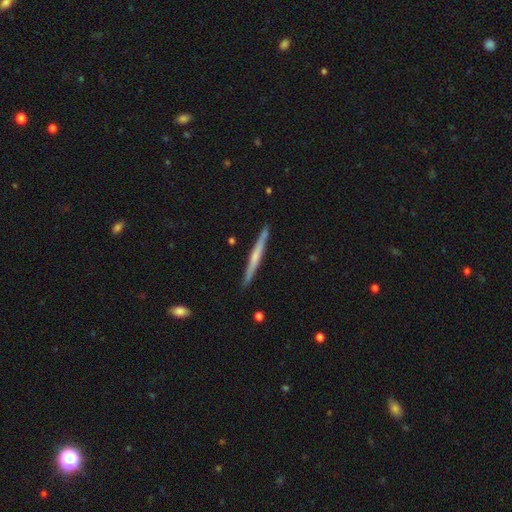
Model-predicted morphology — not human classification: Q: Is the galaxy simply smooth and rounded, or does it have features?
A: featured or disk — 56%.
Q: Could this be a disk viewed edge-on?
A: yes — 98%.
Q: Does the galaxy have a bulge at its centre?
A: none — 61%.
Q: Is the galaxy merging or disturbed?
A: none — 91%.